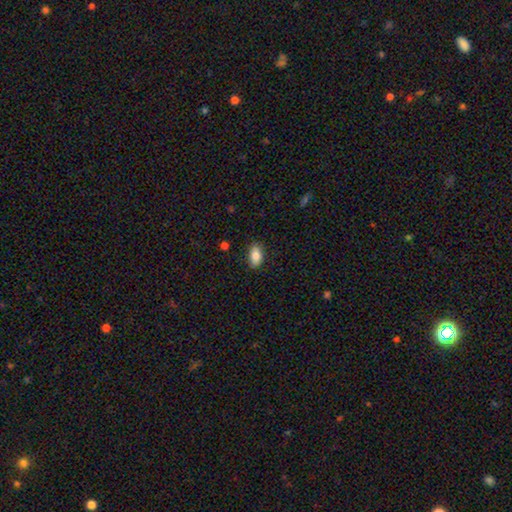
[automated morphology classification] Smooth or featured?
  - smooth: 83% *
  - featured or disk: 10%
  - star or artifact: 7%
How rounded?
  - in between: 91% *
  - round: 6%
  - cigar-shaped: 3%
Merging?
  - none: 84% *
  - minor disturbance: 12%
  - major disturbance: 2%
  - merger: 1%